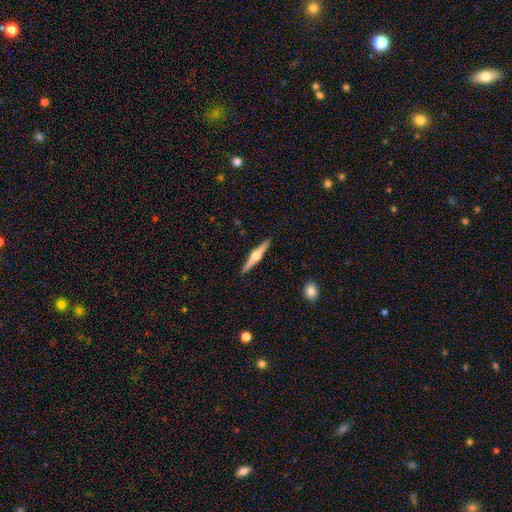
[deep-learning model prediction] A featured or disk galaxy (72%) viewed edge-on (98%) with a rounded central bulge (95%). Merging: none (92%).